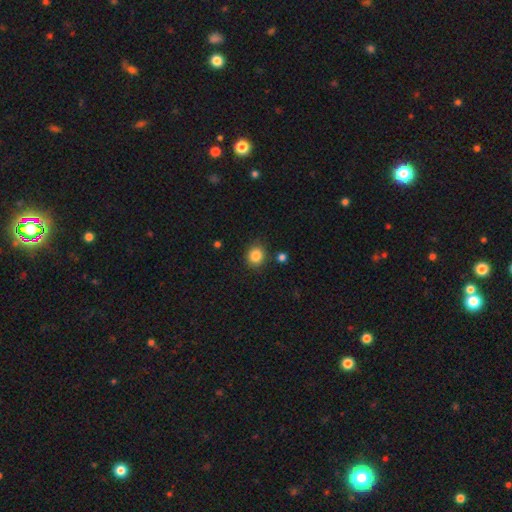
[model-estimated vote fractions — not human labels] This appears to be a smooth galaxy with no disk features (85%) that is round (83%). Merging: none (85%).